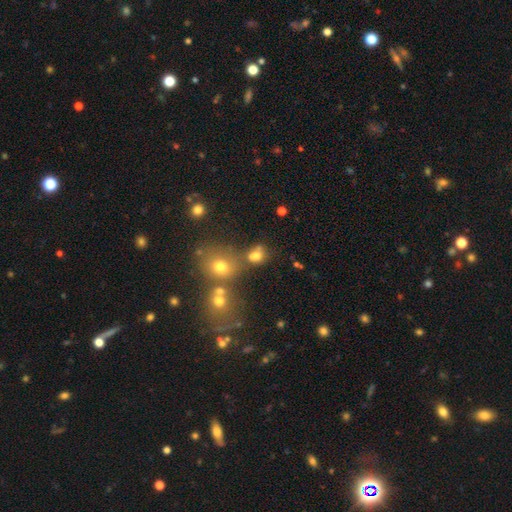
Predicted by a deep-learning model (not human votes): A smooth galaxy with no disk features (71%) that is round (59%). Merging: none (51%).